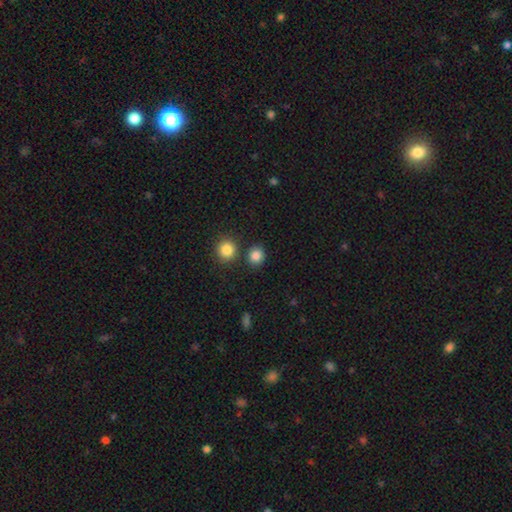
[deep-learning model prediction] Smooth or featured: smooth — 85% (star or artifact — 11%)
How rounded: round — 77% (in between — 22%)
Merging: none — 80% (merger — 9%)